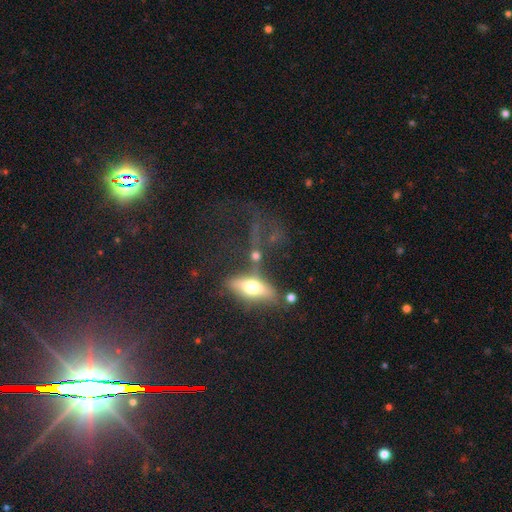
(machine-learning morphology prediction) Smooth or featured? smooth (50%)
Merging? none (36%)